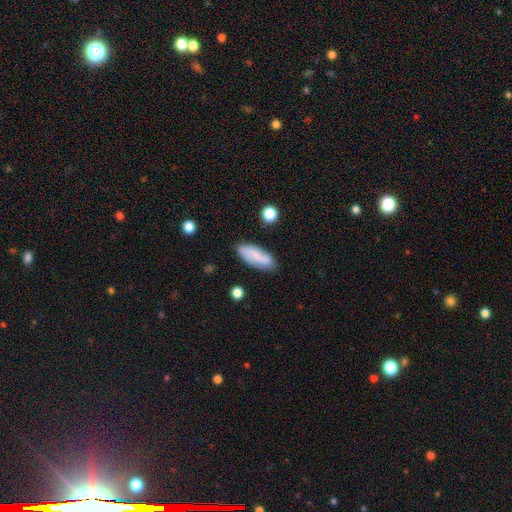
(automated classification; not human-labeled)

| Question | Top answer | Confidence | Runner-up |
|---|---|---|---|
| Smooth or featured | smooth | 59% | featured or disk (33%) |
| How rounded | in between | 71% | cigar-shaped (26%) |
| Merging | none | 78% | minor disturbance (16%) |